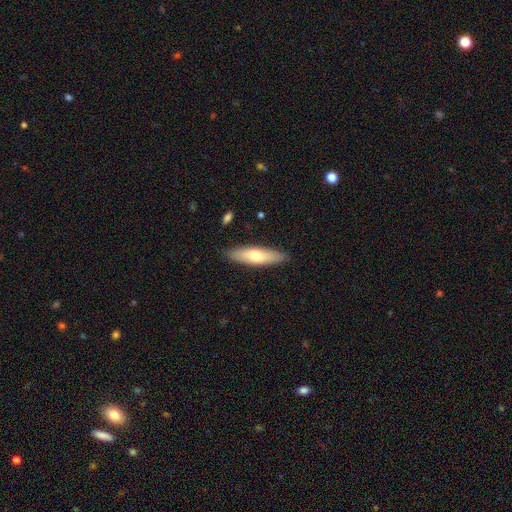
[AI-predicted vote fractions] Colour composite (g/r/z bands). It shows a smooth galaxy with no disk features (62%) that is cigar-shaped (60%). Merging: none (87%).